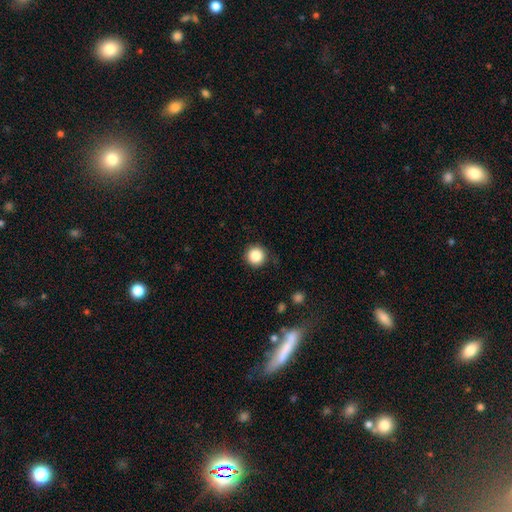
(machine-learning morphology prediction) A smooth galaxy with no disk features (85%) that is round (96%). Merging: none (89%).